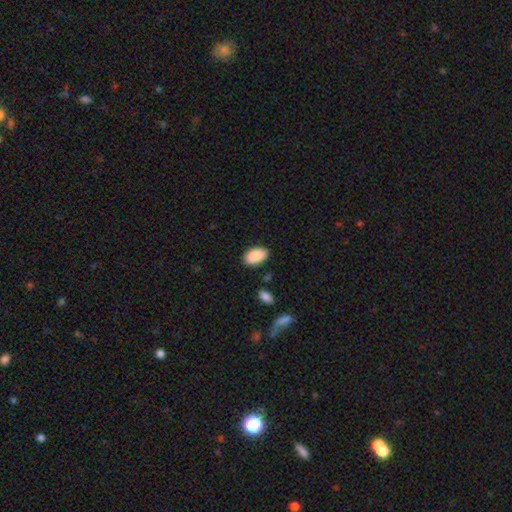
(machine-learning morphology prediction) The model was most divided on "merging": none: 85%, minor disturbance: 11%, major disturbance: 3%, merger: 2%. More confident: how rounded — in between (94%); smooth or featured — smooth (89%).